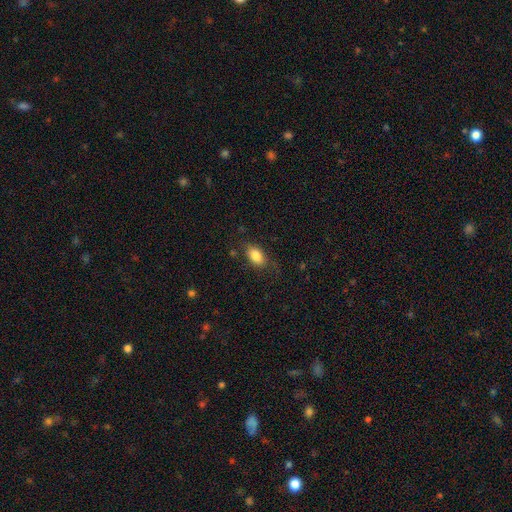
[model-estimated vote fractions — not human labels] This appears to be a smooth galaxy with no disk features (84%) that is in between round and cigar-shaped (87%). Merging: none (73%).